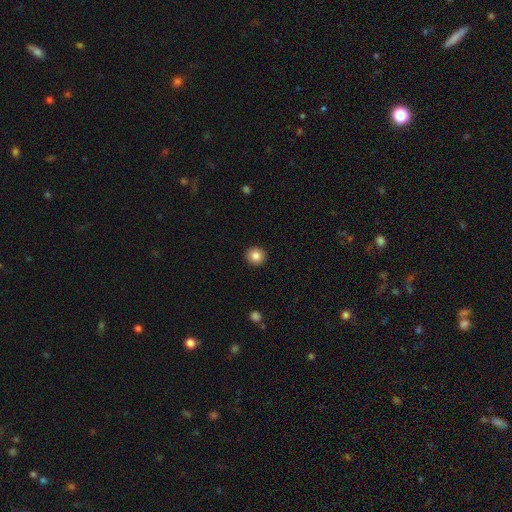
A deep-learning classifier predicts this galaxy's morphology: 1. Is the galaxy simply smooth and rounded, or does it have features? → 85% smooth, 9% star or artifact, 6% featured or disk.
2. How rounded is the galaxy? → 93% round, 6% in between, 1% cigar-shaped.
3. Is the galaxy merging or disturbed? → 93% none, 5% minor disturbance, 1% major disturbance, 1% merger.